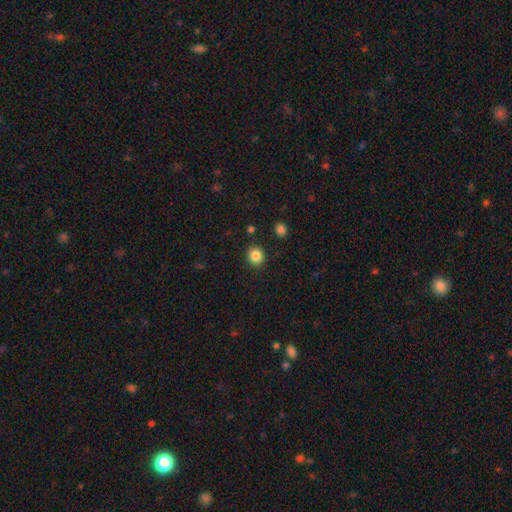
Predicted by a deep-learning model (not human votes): Overall: smooth (85%). How rounded: round (84%). Merging: none (90%).